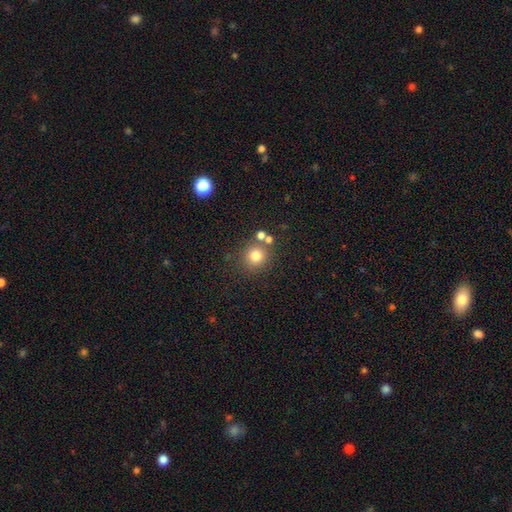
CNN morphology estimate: Smooth or featured? smooth (78%)
How rounded? round (91%)
Merging? none (73%)